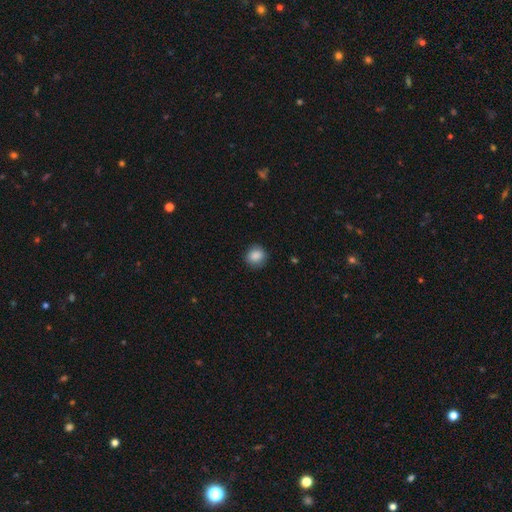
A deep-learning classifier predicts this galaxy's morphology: A smooth galaxy with no disk features (88%) that is round (82%). Merging: none (84%).